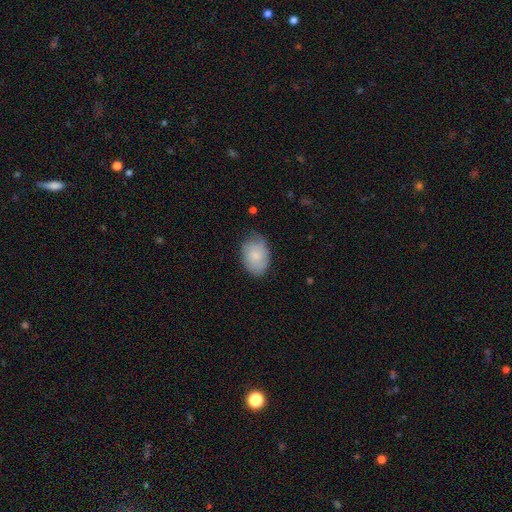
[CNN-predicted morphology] This appears to be a smooth galaxy with no disk features (74%) that is in between round and cigar-shaped (81%). Merging: none (68%).